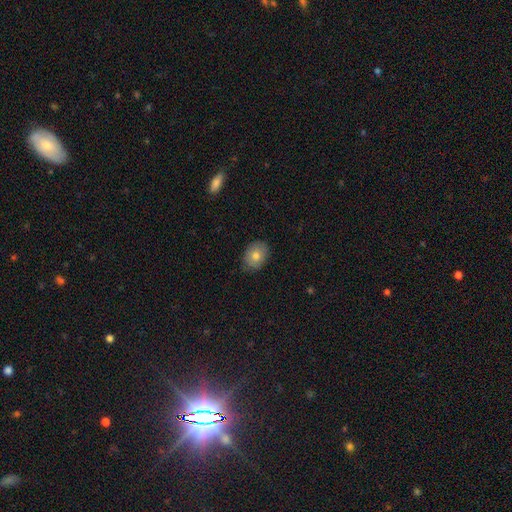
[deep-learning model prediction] This appears to be a smooth galaxy with no disk features (77%) that is in between round and cigar-shaped (65%). Merging: none (85%).